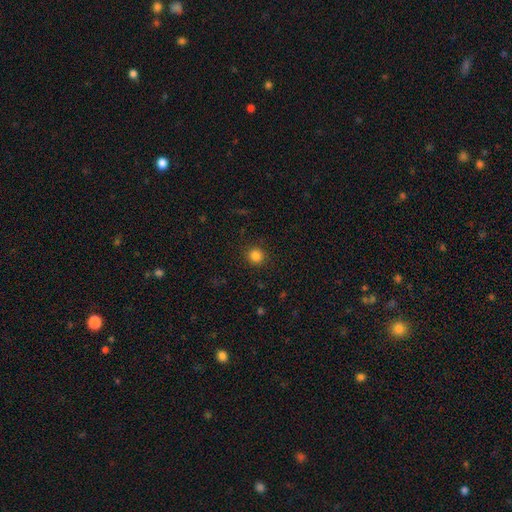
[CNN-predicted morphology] Q: Smooth or featured?
A: smooth (84%); runner-up: star or artifact (12%)
Q: How rounded?
A: round (90%); runner-up: in between (9%)
Q: Merging?
A: none (90%); runner-up: minor disturbance (6%)